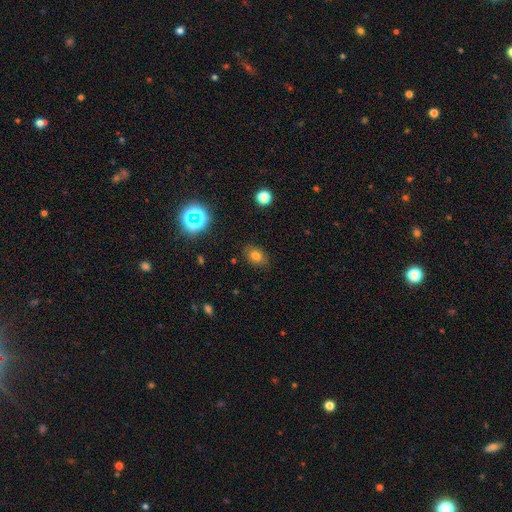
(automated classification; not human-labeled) smooth-or-featured: smooth: 74% | star or artifact: 16% | featured or disk: 10%
  how-rounded: in between: 70% | round: 28% | cigar-shaped: 1%
  merging: none: 85% | minor disturbance: 11% | major disturbance: 3% | merger: 1%